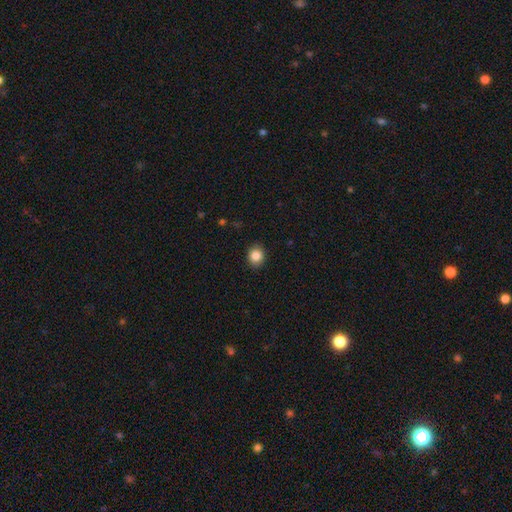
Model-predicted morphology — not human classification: Smooth or featured? smooth (87%)
How rounded? round (73%)
Merging? none (89%)